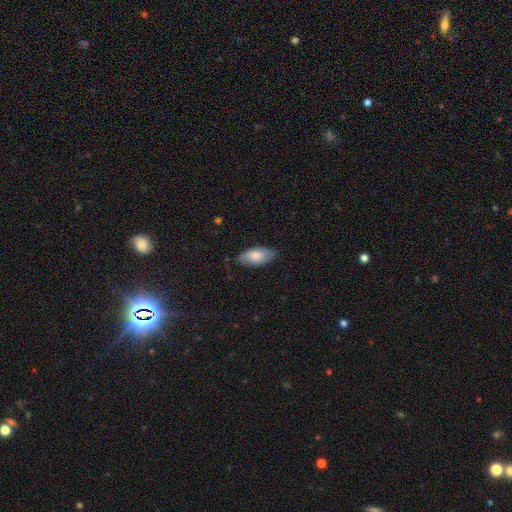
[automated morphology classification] smooth 78%, featured or disk 16%, star or artifact 6%. Down the decision tree: how rounded — in between (92%); merging — none (79%).